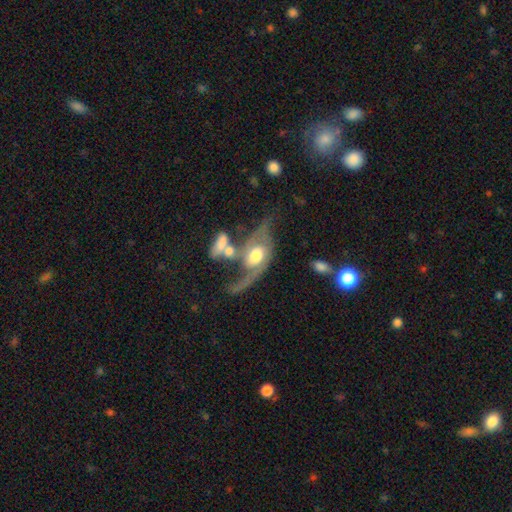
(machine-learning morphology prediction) This appears to be a featured or disk galaxy (73%) with no bar (63%), 2 (67%) loose (71%) spiral arms (79%) and a moderate central bulge (55%). Merging: merger (43%).